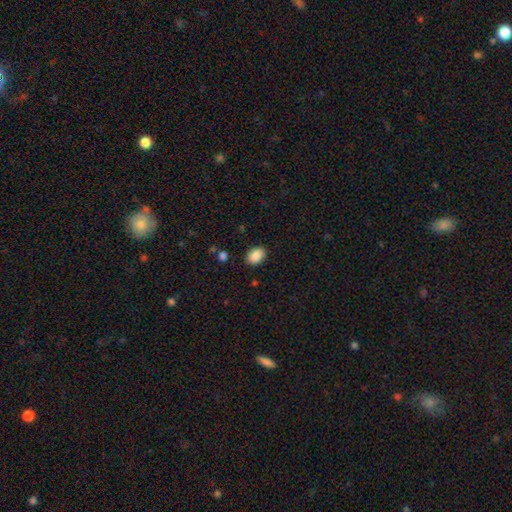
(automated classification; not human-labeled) Morphology: type=smooth (89%); roundness=in between (79%); merging=none (87%).